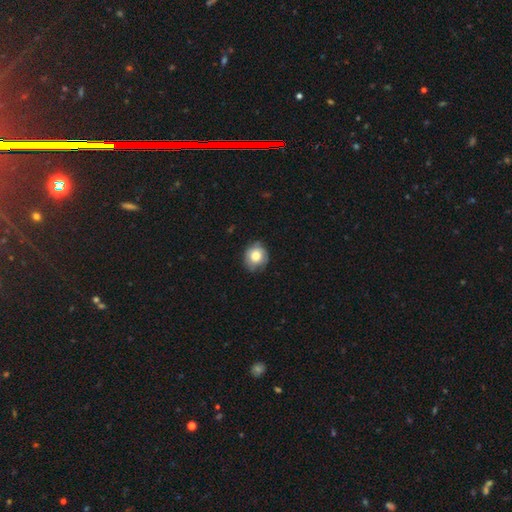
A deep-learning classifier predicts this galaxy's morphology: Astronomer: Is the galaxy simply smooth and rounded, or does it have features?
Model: smooth — 78%.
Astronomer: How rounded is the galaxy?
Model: round — 82%.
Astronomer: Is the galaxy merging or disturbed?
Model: none — 73%.